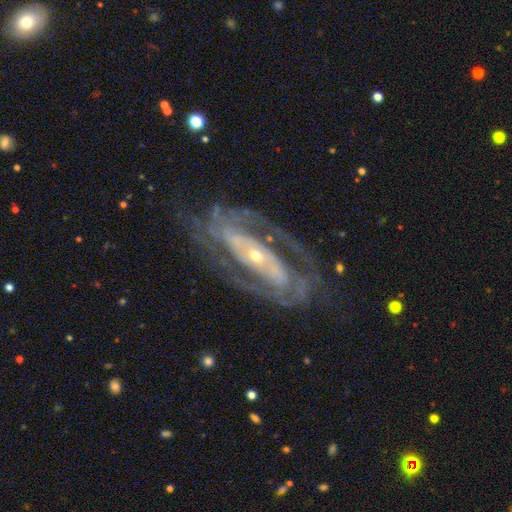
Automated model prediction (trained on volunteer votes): The model was most divided on "bar": strong: 39%, no: 38%, weak: 23%. More confident: spiral arms — yes (93%); edge-on disk — no (91%); smooth or featured — featured or disk (89%); bulge size — small (75%); merging — none (73%); spiral arm count — 2 (61%); spiral winding — tight (51%).